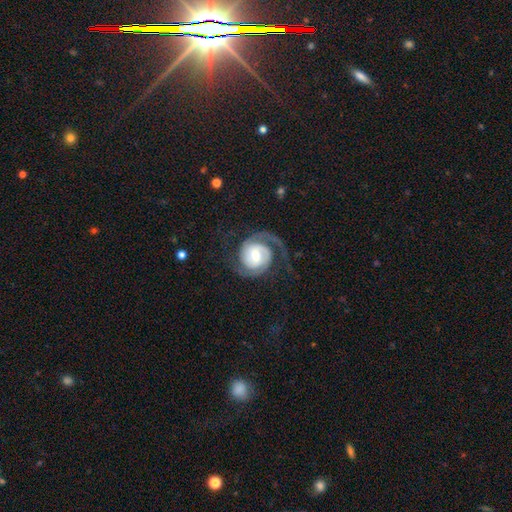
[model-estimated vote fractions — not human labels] A featured or disk galaxy (85%) with a weak bar (42%), 2 (79%) medium (41%) spiral arms (97%) and a moderate central bulge (58%). Merging: none (67%).